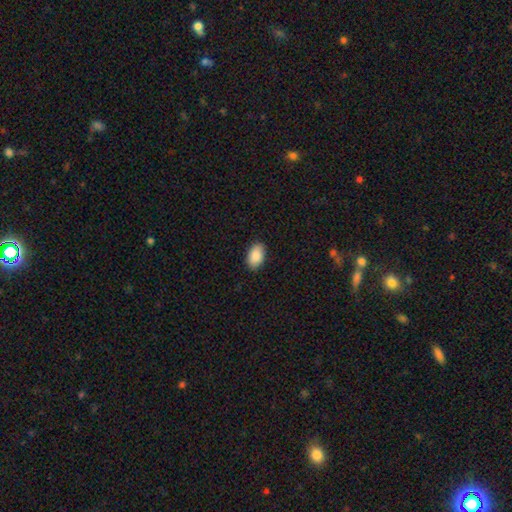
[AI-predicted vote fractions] A smooth galaxy with no disk features (89%) that is in between round and cigar-shaped (93%). Merging: none (88%).